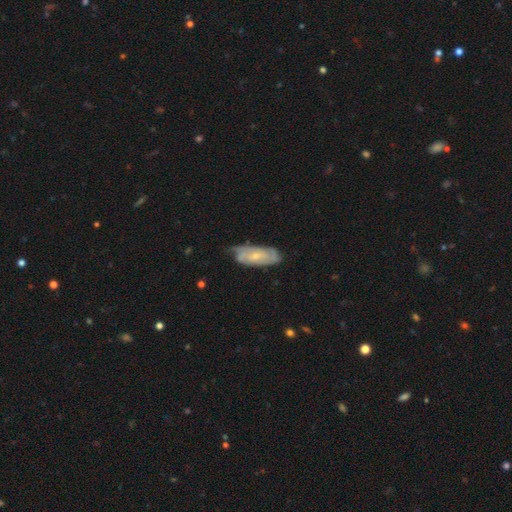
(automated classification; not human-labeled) A featured or disk galaxy (64%) with no bar (68%), spiral arms (83%) and a small central bulge (68%).

Vote fractions:
- Smooth or featured? featured or disk: 64% / smooth: 30% / star or artifact: 6%
- Edge-on disk? no: 89% / yes: 11%
- Bar? no: 68% / weak: 26% / strong: 6%
- Spiral arms? yes: 83% / no: 17%
- Bulge size? small: 68% / moderate: 27% / none: 3% / large: 1% / dominant: 1%
- Merging? none: 61% / minor disturbance: 30% / major disturbance: 7% / merger: 2%